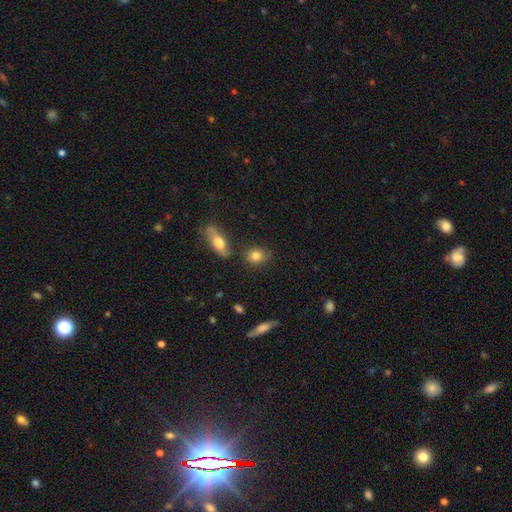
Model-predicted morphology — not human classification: The model was most divided on "how rounded": in between: 55%, round: 42%, cigar-shaped: 3%. More confident: smooth or featured — smooth (83%); merging — none (72%).